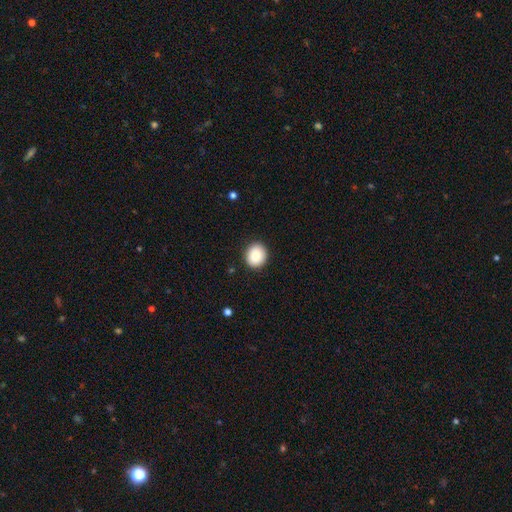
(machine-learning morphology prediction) The model was most divided on "how rounded": round: 67%, in between: 32%, cigar-shaped: 1%. More confident: merging — none (90%); smooth or featured — smooth (87%).